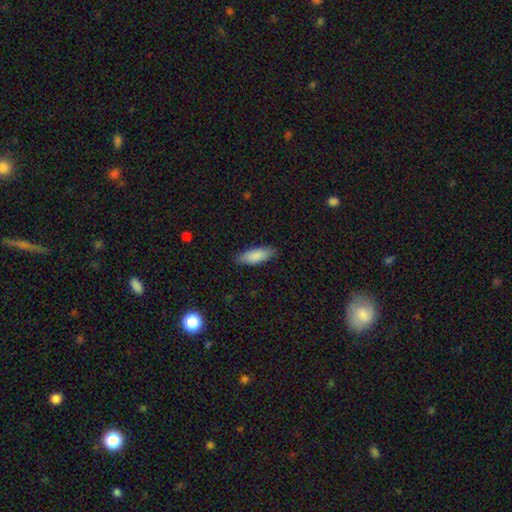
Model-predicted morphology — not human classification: This appears to be a smooth galaxy with no disk features (87%) that is in between round and cigar-shaped (66%). Merging: none (86%).